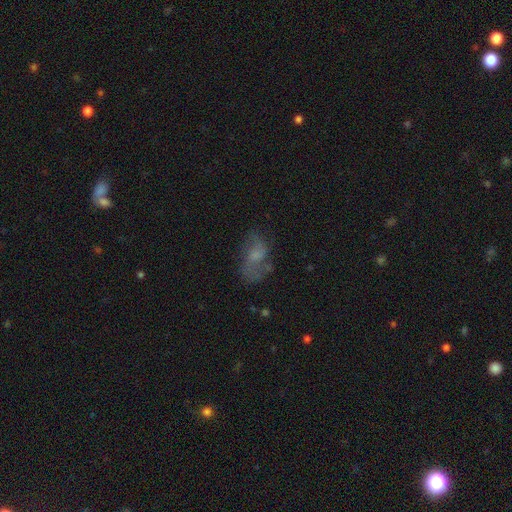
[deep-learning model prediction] featured or disk 54%, smooth 33%, star or artifact 13%. Down the decision tree: edge-on disk — no (96%); bar — no (60%); spiral arms — yes (72%); bulge size — small (35%); merging — none (51%).